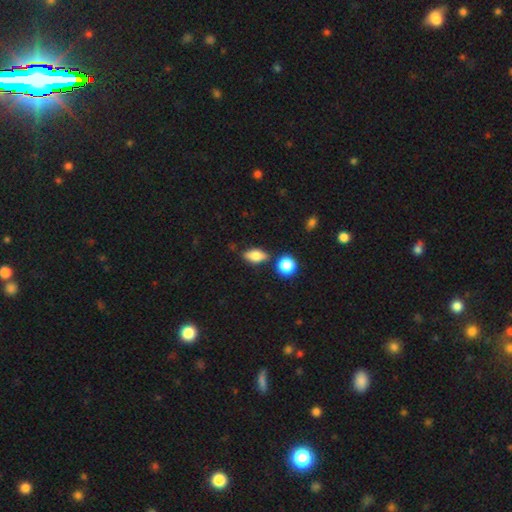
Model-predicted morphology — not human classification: A smooth galaxy with no disk features (78%) that is in between round and cigar-shaped (82%).

Vote fractions:
- Smooth or featured? smooth: 78% / featured or disk: 13% / star or artifact: 9%
- How rounded? in between: 82% / round: 10% / cigar-shaped: 8%
- Merging? none: 77% / minor disturbance: 13% / merger: 6% / major disturbance: 3%